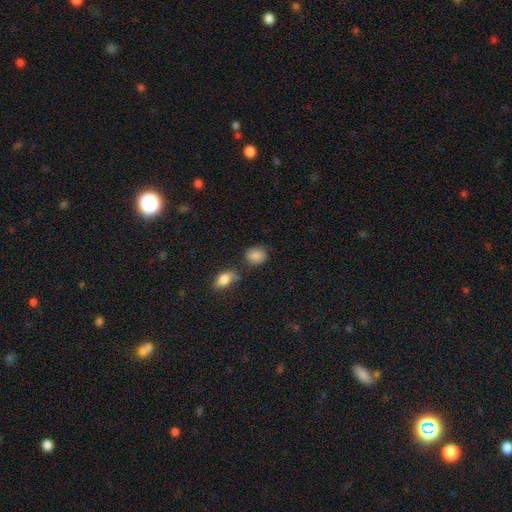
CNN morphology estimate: This appears to be a smooth galaxy with no disk features (86%) that is round (54%). Merging: none (75%).